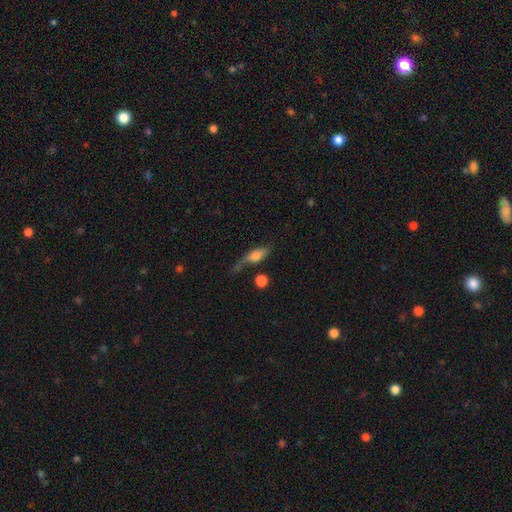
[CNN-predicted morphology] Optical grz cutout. It shows a smooth galaxy with no disk features (59%) that is in between round and cigar-shaped (64%). Merging: none (39%).